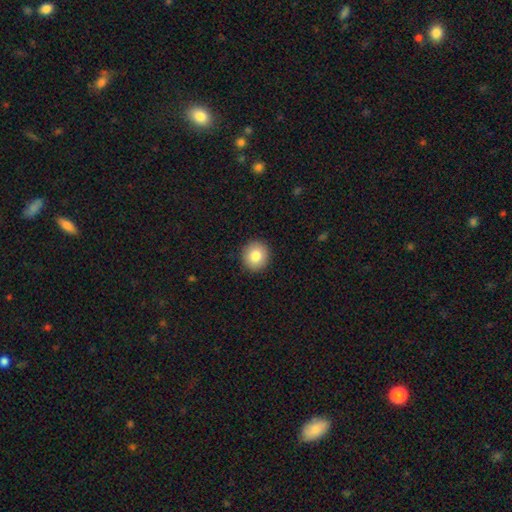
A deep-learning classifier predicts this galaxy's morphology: A smooth galaxy with no disk features (83%) that is round (87%).

Vote fractions:
- Smooth or featured? smooth: 83% / featured or disk: 9% / star or artifact: 9%
- How rounded? round: 87% / in between: 12% / cigar-shaped: 1%
- Merging? none: 92% / minor disturbance: 5% / major disturbance: 2% / merger: 1%